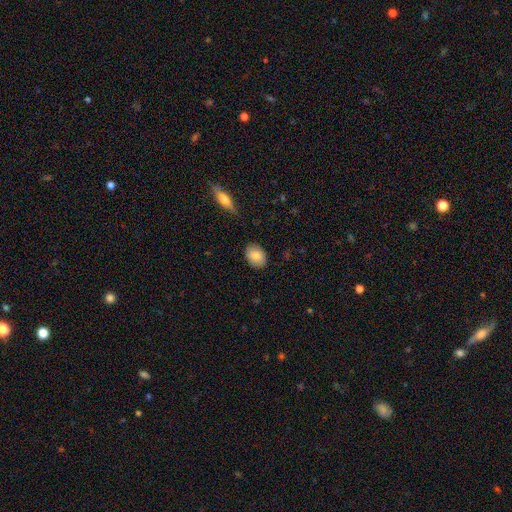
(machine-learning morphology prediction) A smooth galaxy with no disk features (83%) that is in between round and cigar-shaped (71%).

Vote fractions:
- Smooth or featured? smooth: 83% / featured or disk: 10% / star or artifact: 7%
- How rounded? in between: 71% / round: 27% / cigar-shaped: 1%
- Merging? none: 86% / minor disturbance: 10% / major disturbance: 2% / merger: 1%